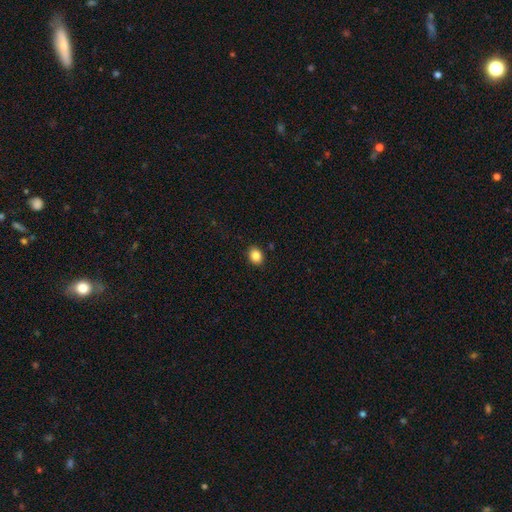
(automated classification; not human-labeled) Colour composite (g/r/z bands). It shows a smooth galaxy with no disk features (87%) that is round (54%). Merging: none (90%).